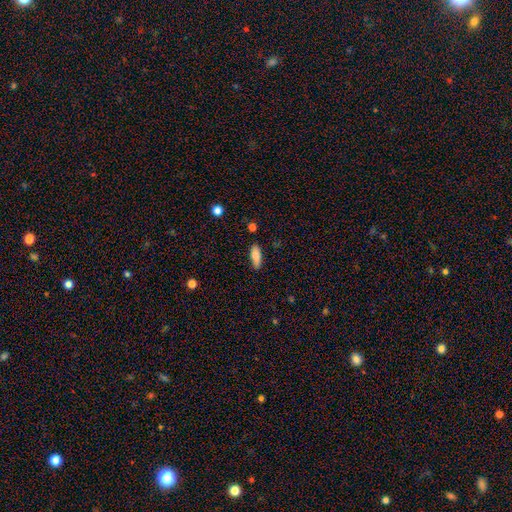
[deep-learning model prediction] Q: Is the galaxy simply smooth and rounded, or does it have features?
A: smooth — 81%.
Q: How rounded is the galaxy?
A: in between — 69%.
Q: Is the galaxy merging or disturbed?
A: none — 83%.